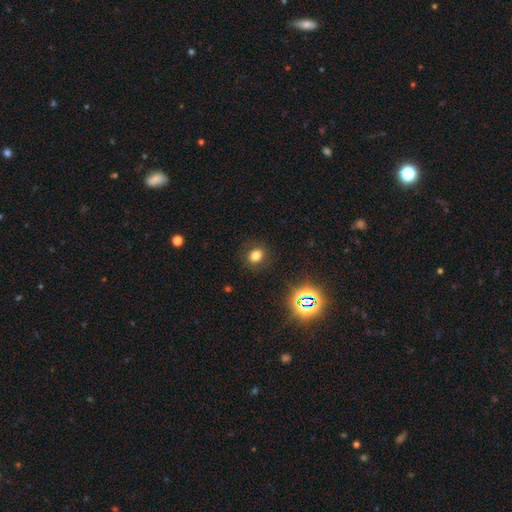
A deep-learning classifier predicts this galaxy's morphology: A smooth galaxy with no disk features (75%) that is round (56%). Merging: none (86%).